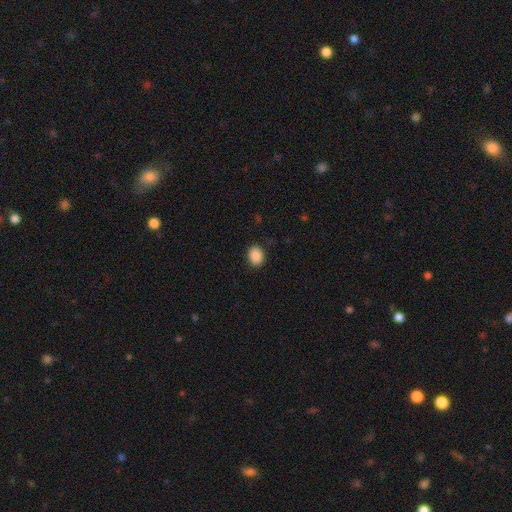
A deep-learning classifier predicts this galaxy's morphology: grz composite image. It shows a smooth galaxy with no disk features (89%) that is in between round and cigar-shaped (56%). Merging: none (89%).